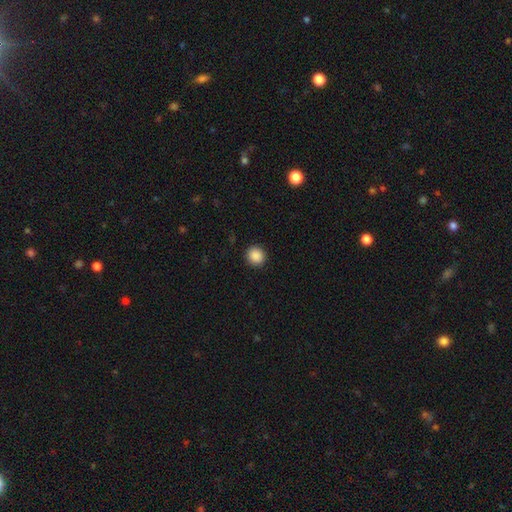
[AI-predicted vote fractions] Overall: smooth (89%). How rounded: round (90%). Merging: none (92%).